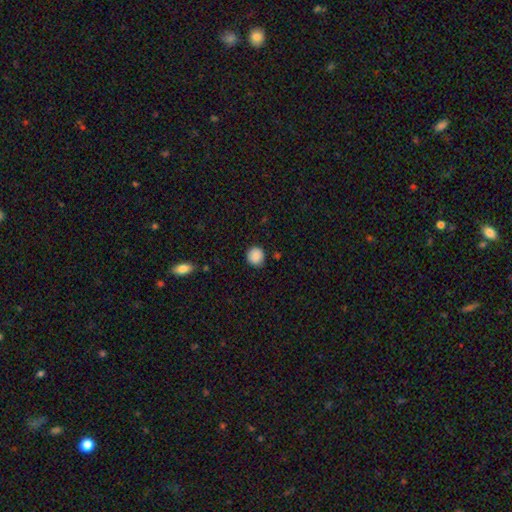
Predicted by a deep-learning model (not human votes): This is clearly a smooth galaxy (88%). How rounded: clearly round (91%). Merging: clearly none (87%).